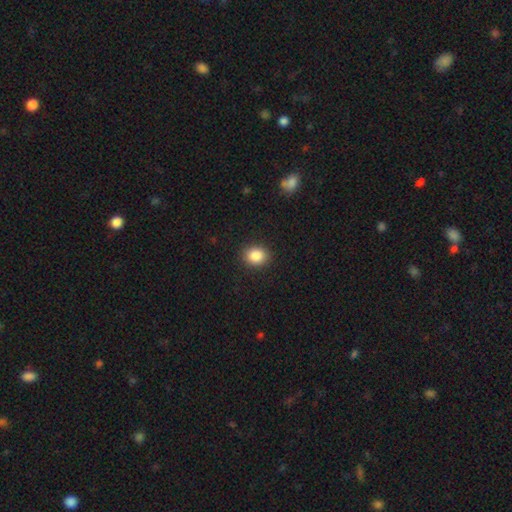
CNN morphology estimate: A smooth galaxy with no disk features (87%) that is round (64%). Merging: none (89%).